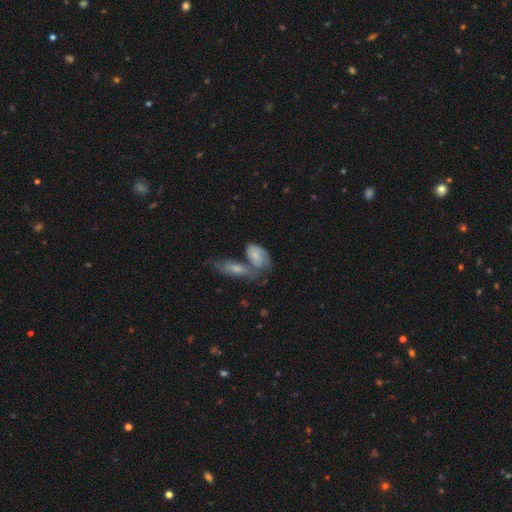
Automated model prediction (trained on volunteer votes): Smooth or featured: smooth — 56% (featured or disk — 37%)
How rounded: in between — 86% (round — 8%)
Merging: merger — 47% (none — 29%)